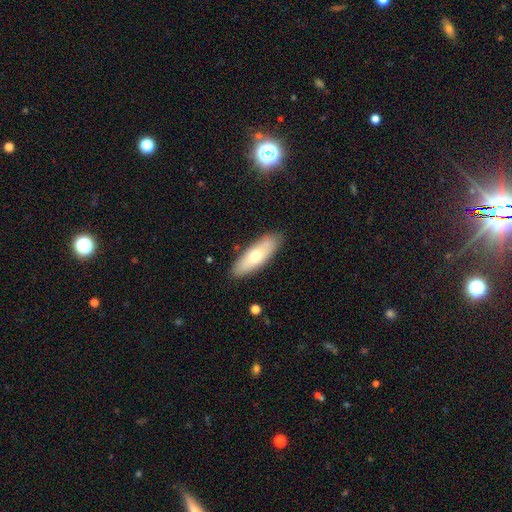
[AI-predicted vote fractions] smooth_or_featured: smooth (p=0.63) [alt: featured or disk p=0.31]
how_rounded: in between (p=0.63) [alt: cigar-shaped p=0.35]
merging: none (p=0.86) [alt: minor disturbance p=0.11]